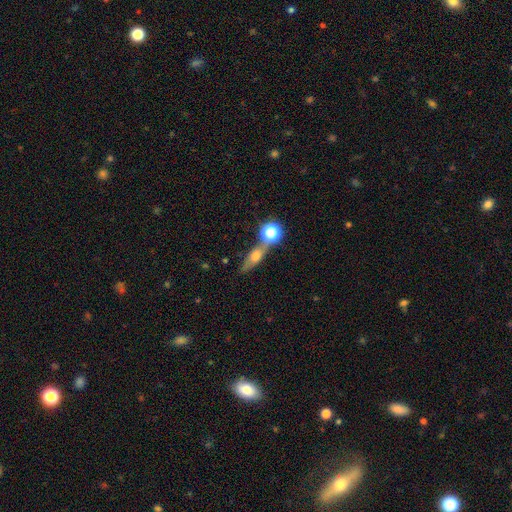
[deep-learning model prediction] Smooth or featured?
  - smooth: 45% *
  - featured or disk: 41%
  - star or artifact: 14%
Merging?
  - none: 58% *
  - merger: 24%
  - minor disturbance: 12%
  - major disturbance: 5%